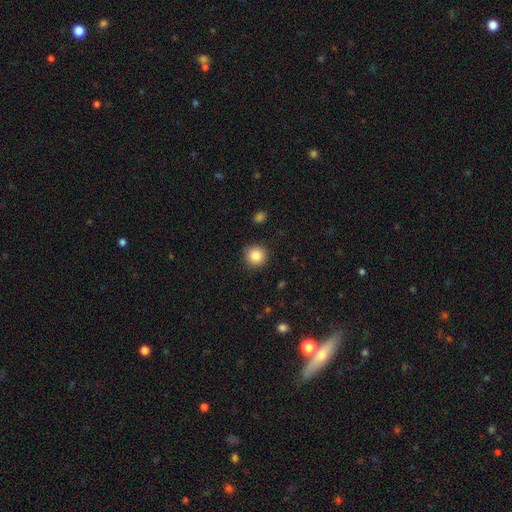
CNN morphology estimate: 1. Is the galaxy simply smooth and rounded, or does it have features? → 86% smooth, 10% star or artifact, 5% featured or disk.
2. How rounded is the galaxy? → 94% round, 5% in between, 1% cigar-shaped.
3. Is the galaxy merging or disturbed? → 90% none, 7% minor disturbance, 2% major disturbance, 1% merger.